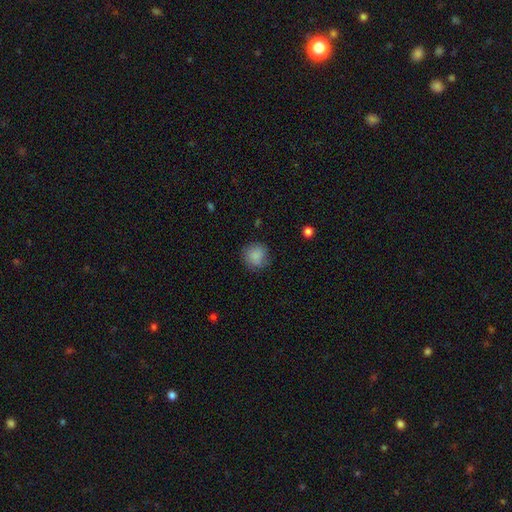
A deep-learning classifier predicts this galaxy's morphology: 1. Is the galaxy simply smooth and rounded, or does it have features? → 85% smooth, 9% star or artifact, 6% featured or disk.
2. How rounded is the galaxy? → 88% round, 11% in between, 1% cigar-shaped.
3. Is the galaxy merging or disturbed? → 77% none, 17% minor disturbance, 5% major disturbance, 1% merger.